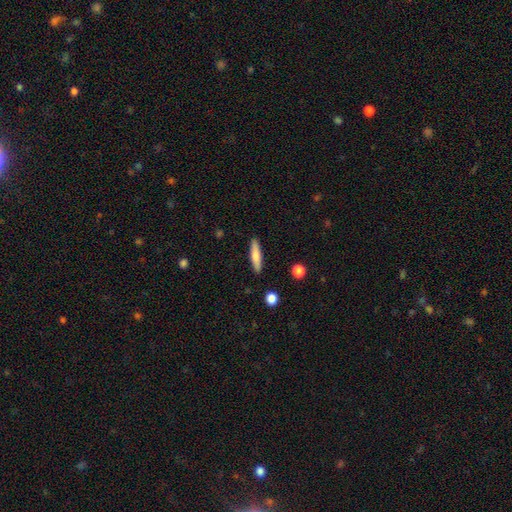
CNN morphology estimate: This is likely a smooth galaxy (72%). How rounded: clearly cigar-shaped (83%). Merging: clearly none (89%).